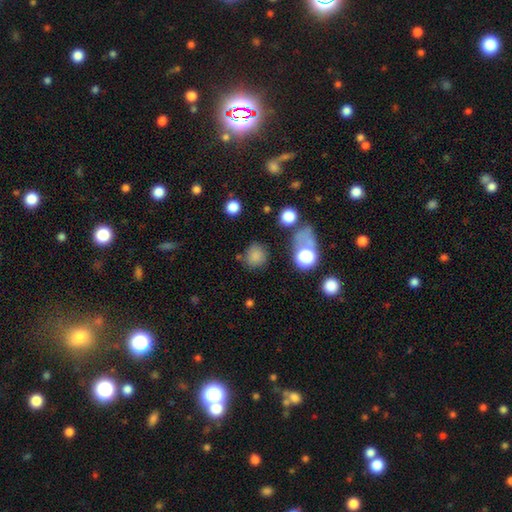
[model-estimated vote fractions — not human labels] This appears to be a smooth galaxy with no disk features (79%) that is round (85%). Merging: none (74%).